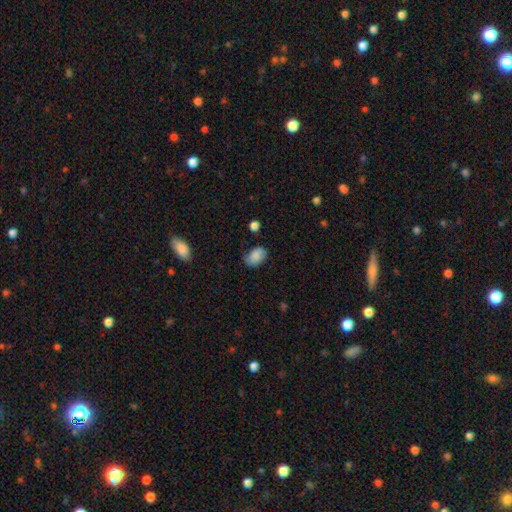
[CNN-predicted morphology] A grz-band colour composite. It shows a smooth galaxy with no disk features (81%) that is in between round and cigar-shaped (84%). Merging: none (70%).